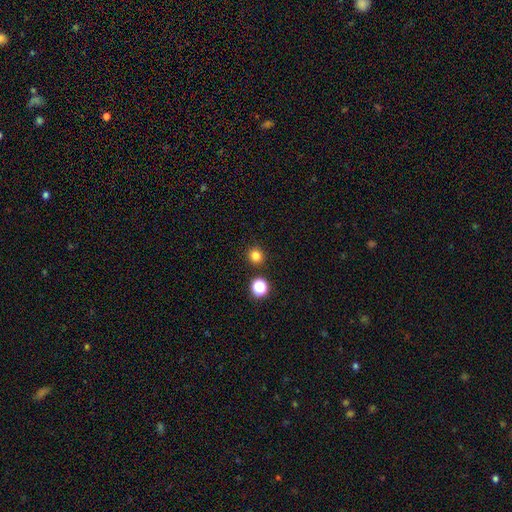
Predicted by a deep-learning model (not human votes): Overall: smooth (81%). How rounded: round (92%). Merging: none (90%).